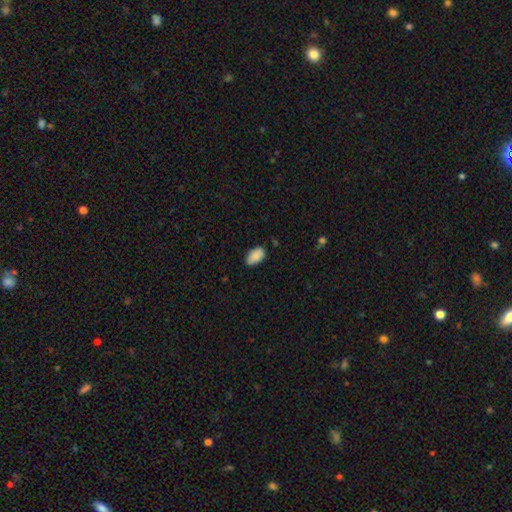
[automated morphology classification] Overall: smooth (89%). How rounded: in between (94%). Merging: none (79%).